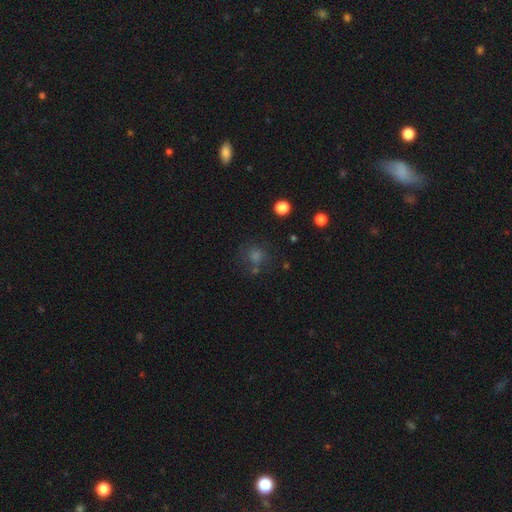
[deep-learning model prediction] smooth-or-featured: smooth: 57% | star or artifact: 29% | featured or disk: 14%
  how-rounded: round: 83% | in between: 16% | cigar-shaped: 1%
  merging: none: 68% | minor disturbance: 14% | major disturbance: 10% | merger: 8%